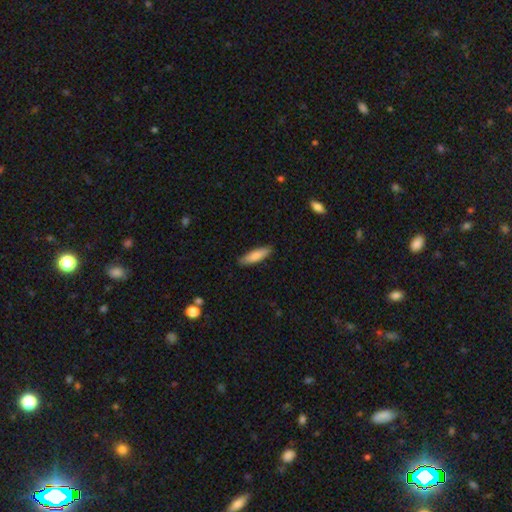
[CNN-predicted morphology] Smooth or featured?
  - smooth: 84% *
  - featured or disk: 11%
  - star or artifact: 5%
How rounded?
  - cigar-shaped: 65% *
  - in between: 33%
  - round: 1%
Merging?
  - none: 87% *
  - minor disturbance: 10%
  - major disturbance: 2%
  - merger: 1%